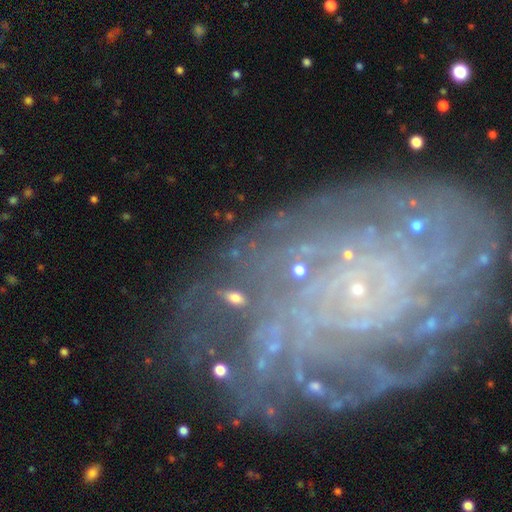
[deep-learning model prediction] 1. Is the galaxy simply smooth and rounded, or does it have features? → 82% featured or disk, 11% star or artifact, 7% smooth.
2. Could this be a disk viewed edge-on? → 97% no, 3% yes.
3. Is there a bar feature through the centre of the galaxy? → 72% no, 18% weak, 10% strong.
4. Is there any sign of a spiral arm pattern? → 96% yes, 4% no.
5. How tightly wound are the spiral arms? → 80% tight, 16% medium, 4% loose.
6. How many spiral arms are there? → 27% can't tell, 23% more than 4, 15% 4, 13% 2, 13% 3, 9% 1.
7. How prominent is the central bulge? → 87% small, 7% moderate, 3% none, 1% large, 1% dominant.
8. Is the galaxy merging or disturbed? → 69% none, 17% minor disturbance, 10% major disturbance, 3% merger.